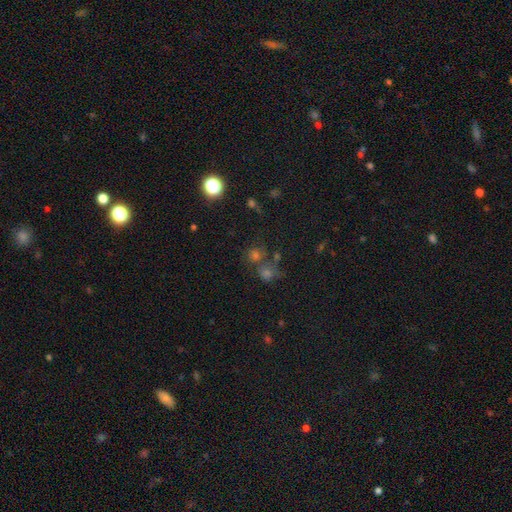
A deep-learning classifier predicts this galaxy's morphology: Smooth or featured: smooth — 48% (star or artifact — 41%)
Merging: none — 58% (merger — 28%)